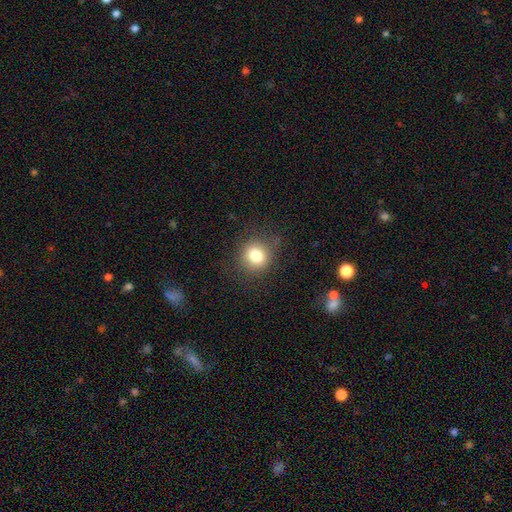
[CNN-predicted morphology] type=smooth (80%); roundness=round (86%); merging=none (84%).